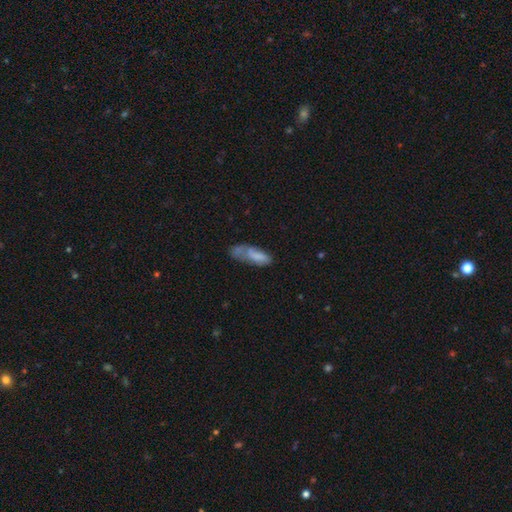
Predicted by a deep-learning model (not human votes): This is likely a smooth galaxy (69%). How rounded: likely in between (64%). Merging: marginally none (31%).